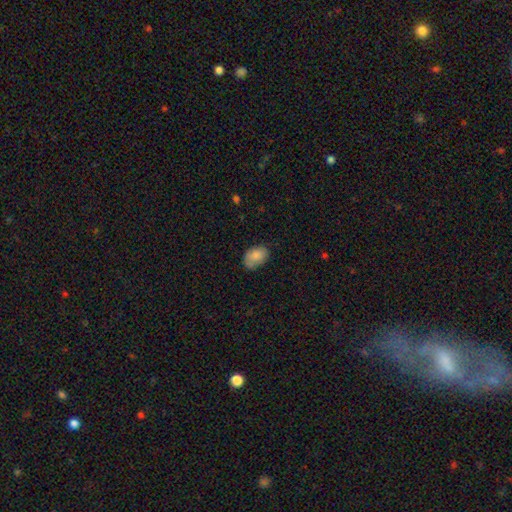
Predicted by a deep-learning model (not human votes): Smooth or featured? smooth (83%)
How rounded? in between (83%)
Merging? none (64%)